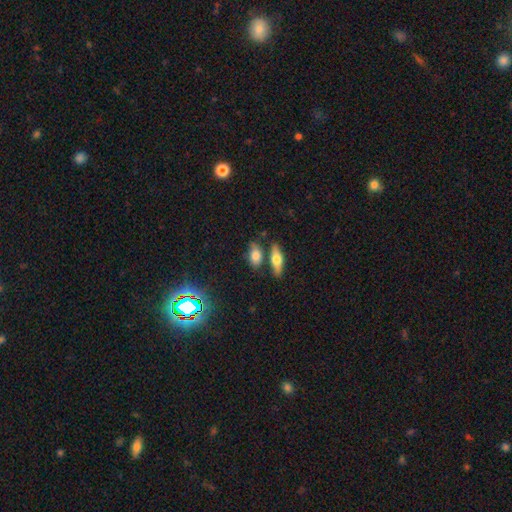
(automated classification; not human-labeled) Overall: smooth (74%). How rounded: in between (79%). Merging: none (66%).